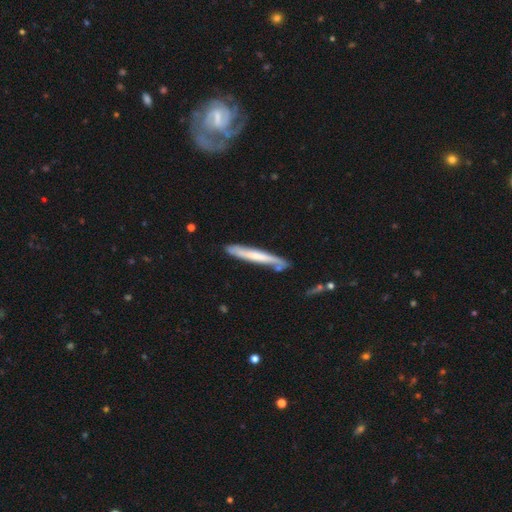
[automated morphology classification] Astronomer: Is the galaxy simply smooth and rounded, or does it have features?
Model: featured or disk — 48% (runner-up: smooth, 46%).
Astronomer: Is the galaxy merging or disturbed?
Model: none — 73%.